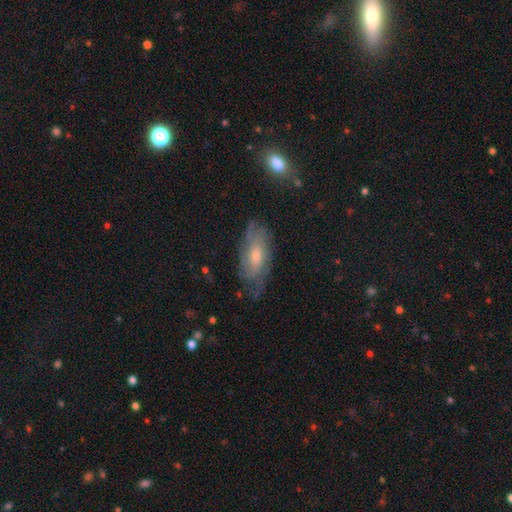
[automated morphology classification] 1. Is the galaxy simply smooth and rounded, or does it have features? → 67% featured or disk, 25% smooth, 8% star or artifact.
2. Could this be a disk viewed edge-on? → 87% no, 13% yes.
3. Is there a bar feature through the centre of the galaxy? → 66% no, 29% weak, 5% strong.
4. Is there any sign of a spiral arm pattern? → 87% yes, 13% no.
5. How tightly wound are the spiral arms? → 51% tight, 35% medium, 14% loose.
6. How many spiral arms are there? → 54% can't tell, 21% 2, 11% 3, 6% 4, 5% 1, 4% more than 4.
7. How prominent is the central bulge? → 51% moderate, 42% small, 4% large, 3% none, 1% dominant.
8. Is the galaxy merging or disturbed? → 67% none, 23% minor disturbance, 9% major disturbance, 2% merger.